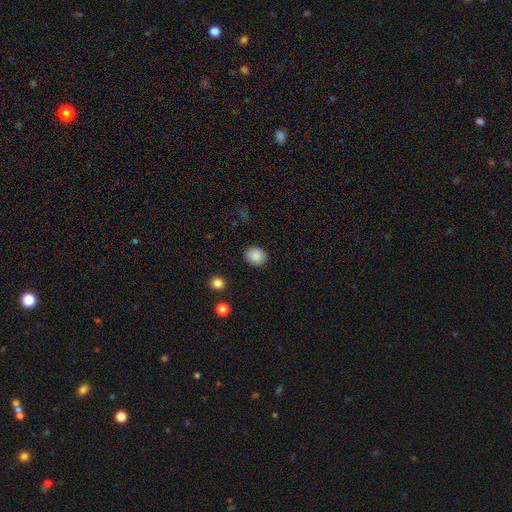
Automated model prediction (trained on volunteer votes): Smooth or featured?
  - smooth: 88% *
  - star or artifact: 8%
  - featured or disk: 4%
How rounded?
  - round: 52% *
  - in between: 47%
  - cigar-shaped: 1%
Merging?
  - none: 87% *
  - minor disturbance: 10%
  - major disturbance: 2%
  - merger: 1%